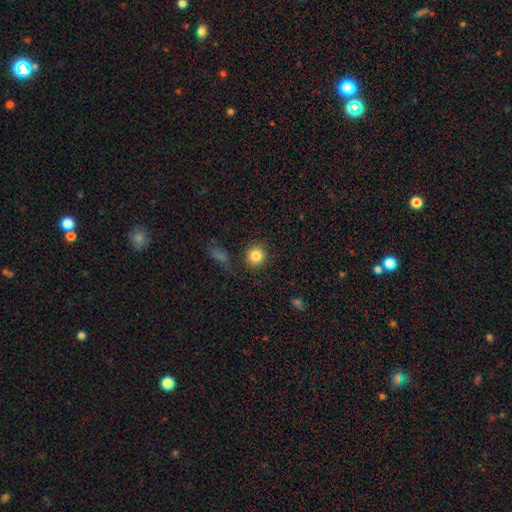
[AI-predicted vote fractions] Smooth or featured? smooth (84%)
How rounded? round (91%)
Merging? none (84%)